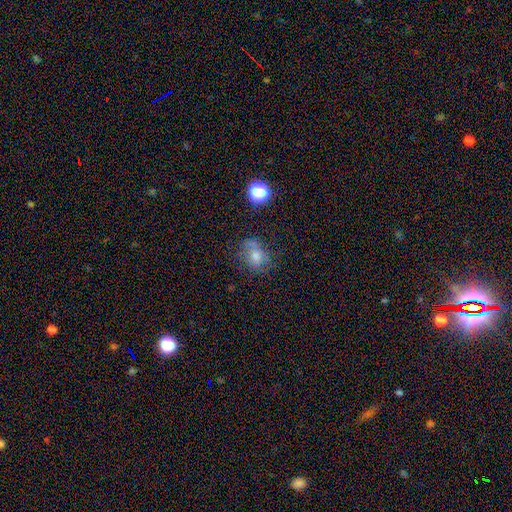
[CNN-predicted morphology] Smooth or featured? smooth (60%)
How rounded? round (56%)
Merging? none (54%)